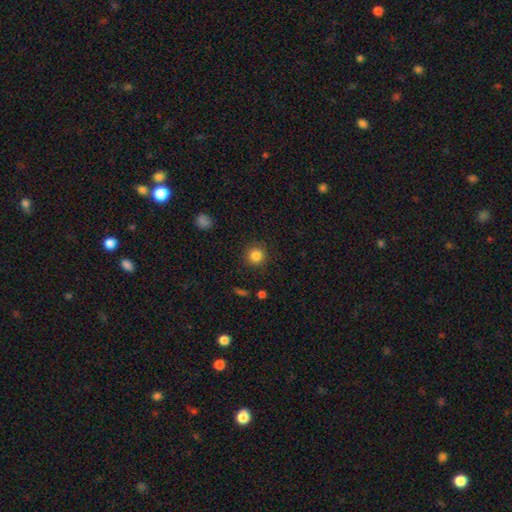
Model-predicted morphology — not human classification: A smooth galaxy with no disk features (85%) that is round (93%). Merging: none (89%).